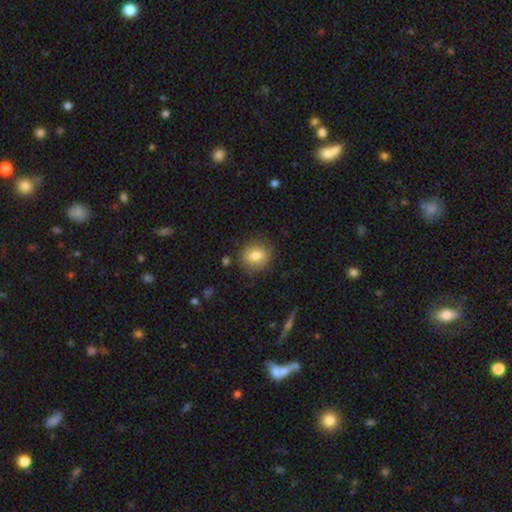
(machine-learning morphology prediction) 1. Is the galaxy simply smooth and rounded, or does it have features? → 79% smooth, 12% featured or disk, 9% star or artifact.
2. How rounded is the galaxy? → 71% round, 28% in between, 1% cigar-shaped.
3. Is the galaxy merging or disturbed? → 84% none, 11% minor disturbance, 3% major disturbance, 2% merger.